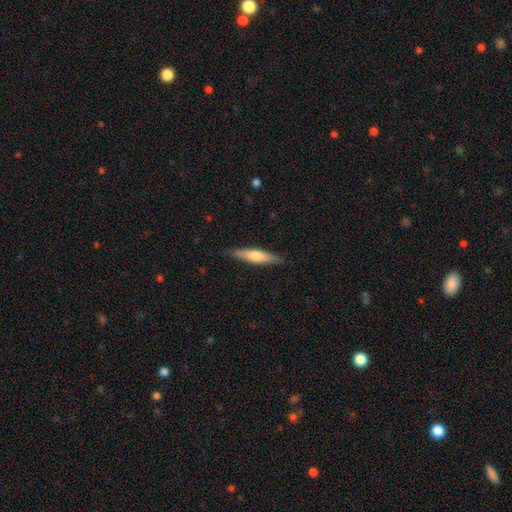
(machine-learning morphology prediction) This is possibly a smooth galaxy (55%). How rounded: clearly cigar-shaped (84%). Merging: clearly none (88%).